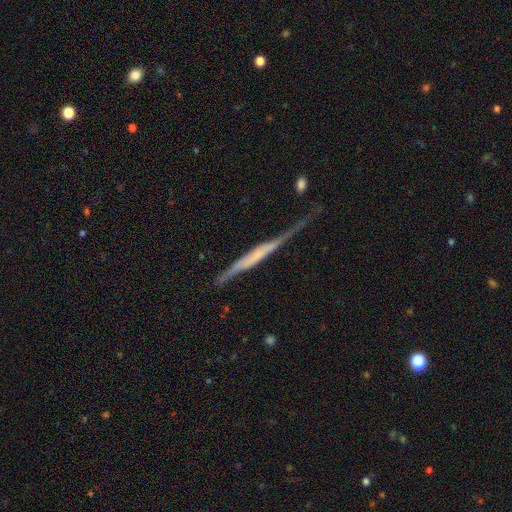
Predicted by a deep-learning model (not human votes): Q: Smooth or featured?
A: featured or disk (68%); runner-up: smooth (26%)
Q: Edge-on disk?
A: yes (92%); runner-up: no (8%)
Q: Edge-on bulge?
A: none (49%); runner-up: boxy (29%)
Q: Merging?
A: none (45%); runner-up: minor disturbance (29%)